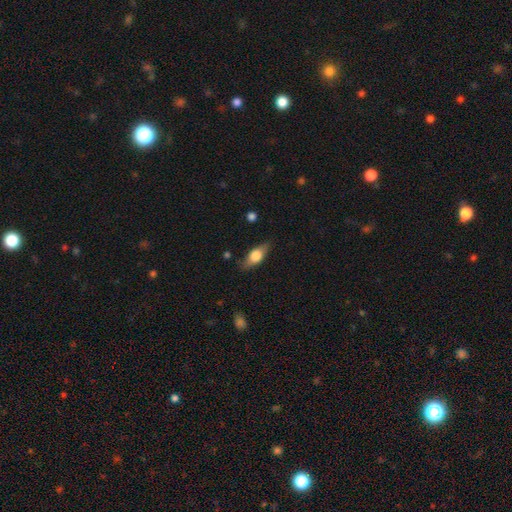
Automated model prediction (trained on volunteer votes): Smooth or featured: smooth — 58% (featured or disk — 35%)
How rounded: in between — 74% (cigar-shaped — 20%)
Merging: none — 79% (minor disturbance — 16%)